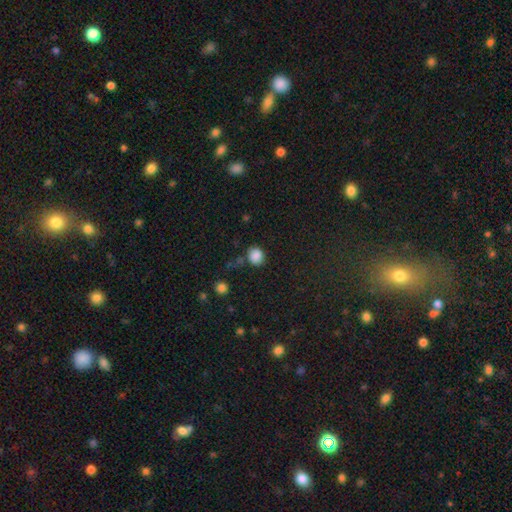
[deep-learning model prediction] This is clearly a smooth galaxy (84%). How rounded: likely round (75%). Merging: likely none (69%).